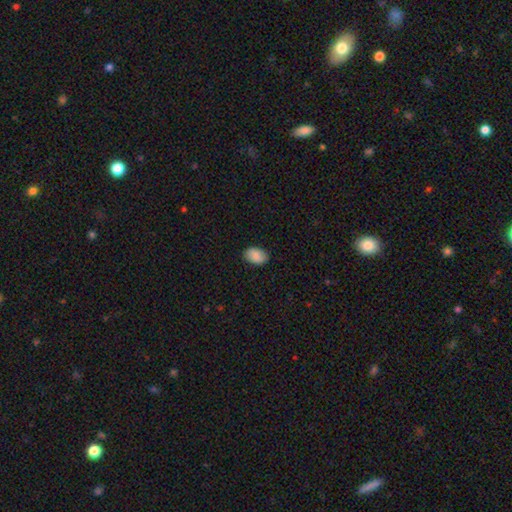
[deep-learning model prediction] Smooth or featured: smooth — 88% (star or artifact — 7%)
How rounded: in between — 87% (round — 12%)
Merging: none — 87% (minor disturbance — 10%)